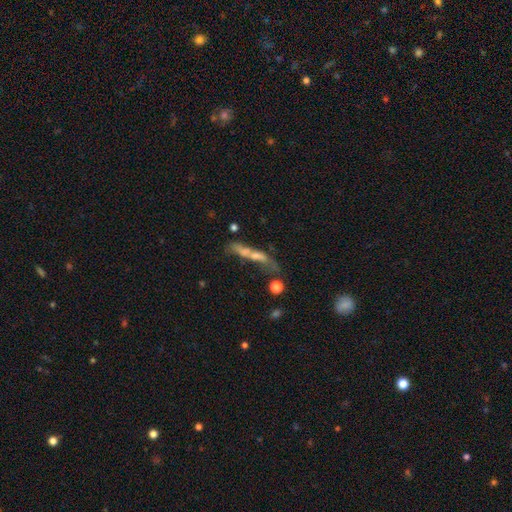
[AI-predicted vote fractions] Smooth or featured?
  - featured or disk: 50% *
  - smooth: 37%
  - star or artifact: 13%
Merging?
  - none: 35% *
  - merger: 25%
  - major disturbance: 22%
  - minor disturbance: 18%